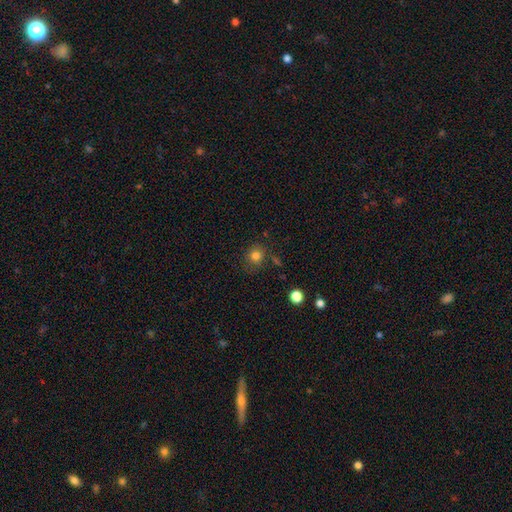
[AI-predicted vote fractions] smooth 81%, star or artifact 13%, featured or disk 6%. Down the decision tree: how rounded — round (84%); merging — none (78%).